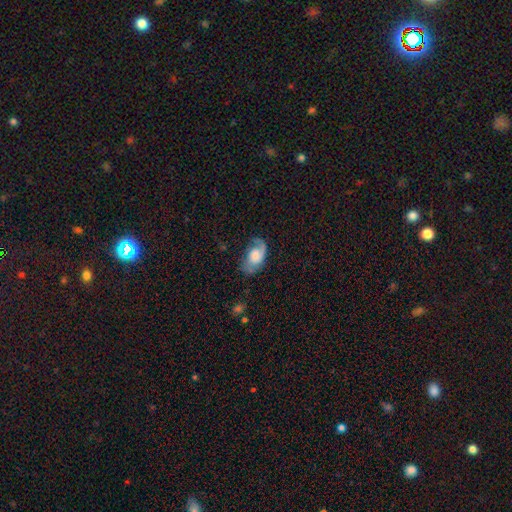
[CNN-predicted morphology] This is likely a featured or disk galaxy (61%). It is clearly not viewed edge-on (95%). Bar: likely no (67%). Spiral arm pattern: clearly yes (88%). Spiral arm count: possibly 2 (51%). Spiral winding: marginally medium (42%). Central bulge: marginally moderate (29%). Merging: possibly none (56%).